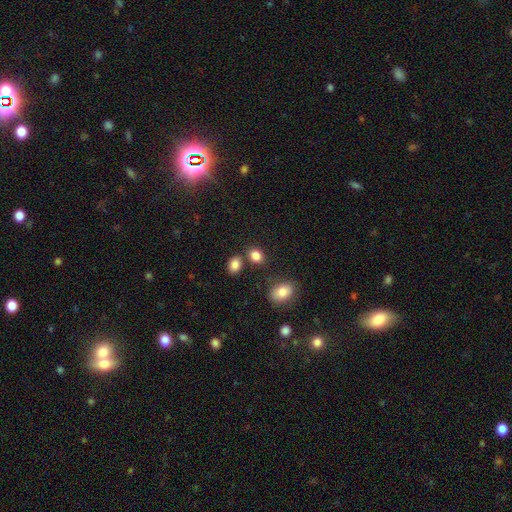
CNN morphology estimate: Smooth or featured? Predicted: smooth (p=0.84). How rounded? Predicted: in between (p=0.55). Merging? Predicted: none (p=0.72).